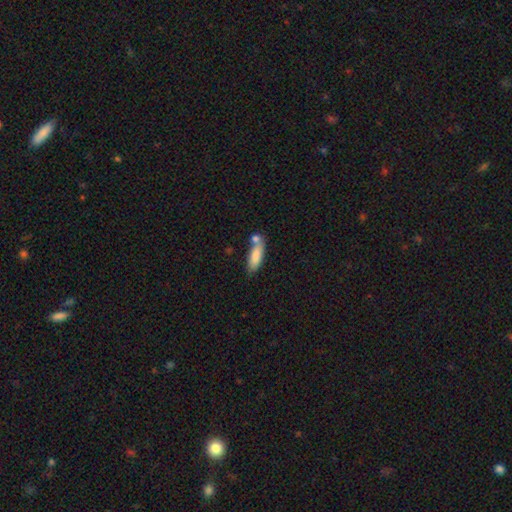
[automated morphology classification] smooth-or-featured: smooth: 83% | featured or disk: 10% | star or artifact: 7%
  how-rounded: in between: 54% | cigar-shaped: 44% | round: 2%
  merging: none: 51% | merger: 27% | minor disturbance: 16% | major disturbance: 5%